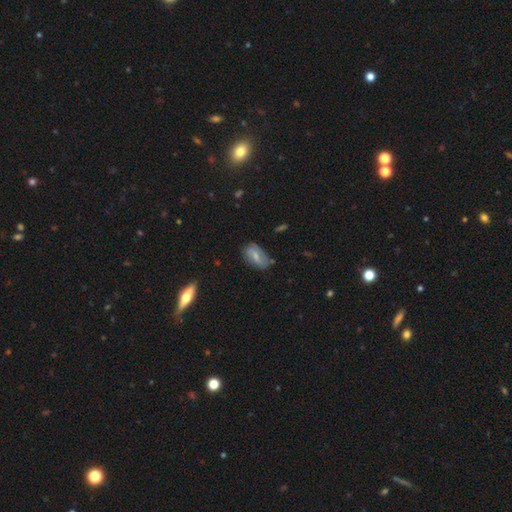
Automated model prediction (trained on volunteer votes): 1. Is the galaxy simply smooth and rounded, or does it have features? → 50% smooth, 42% featured or disk, 8% star or artifact.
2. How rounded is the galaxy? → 91% in between, 6% round, 4% cigar-shaped.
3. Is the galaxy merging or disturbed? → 67% none, 25% minor disturbance, 6% major disturbance, 2% merger.